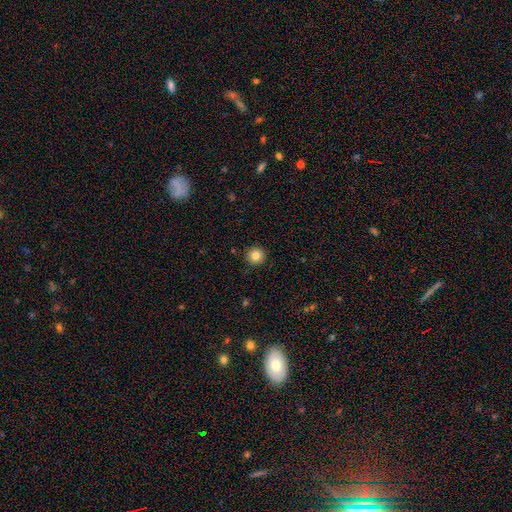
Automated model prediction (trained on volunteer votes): Smooth or featured: smooth — 83% (star or artifact — 11%)
How rounded: round — 95% (in between — 4%)
Merging: none — 92% (minor disturbance — 6%)